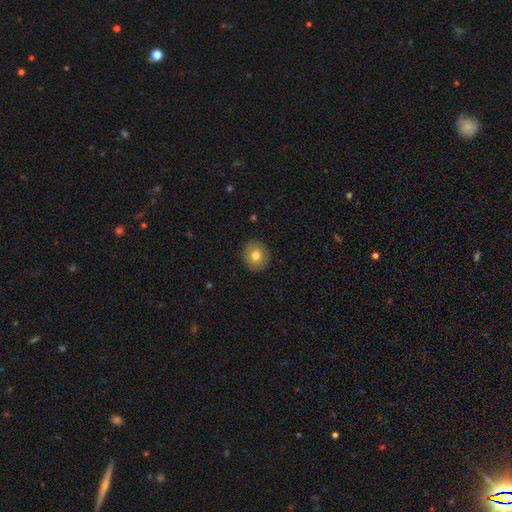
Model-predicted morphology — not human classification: The model was most divided on "smooth or featured": smooth: 77%, featured or disk: 13%, star or artifact: 9%. More confident: merging — none (90%); how rounded — round (85%).